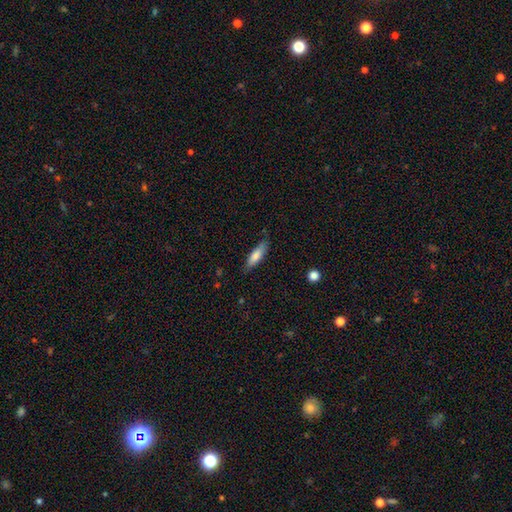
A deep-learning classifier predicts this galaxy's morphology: Smooth or featured? Predicted: smooth (p=0.77). How rounded? Predicted: cigar-shaped (p=0.58). Merging? Predicted: none (p=0.76).